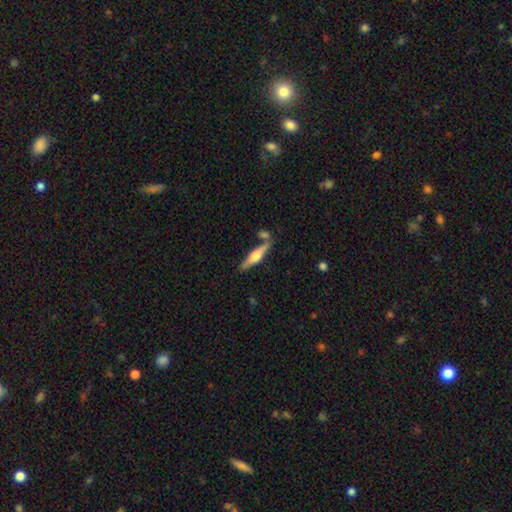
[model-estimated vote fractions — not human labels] smooth_or_featured: featured or disk (p=0.65) [alt: smooth p=0.29]
disk_edge_on: yes (p=0.97) [alt: no p=0.03]
edge_on_bulge: rounded (p=0.90) [alt: boxy p=0.07]
merging: none (p=0.76) [alt: minor disturbance p=0.11]